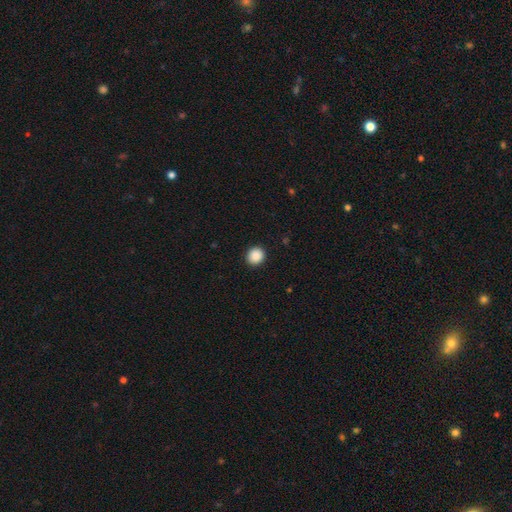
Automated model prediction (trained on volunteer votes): Overall: smooth (89%). How rounded: round (84%). Merging: none (91%).